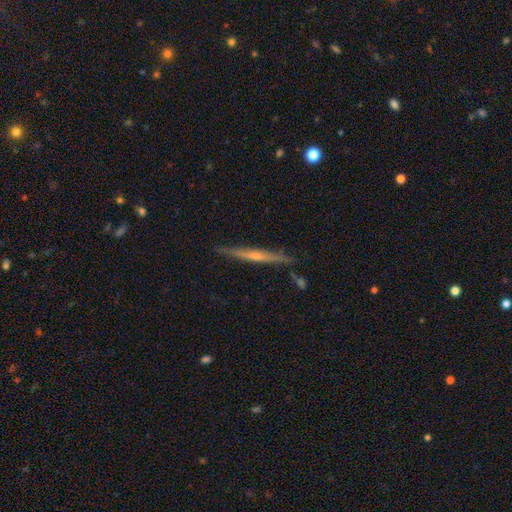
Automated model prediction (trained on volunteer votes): Smooth or featured: featured or disk — 65% (smooth — 28%)
Edge-on disk: yes — 97% (no — 3%)
Edge-on bulge: rounded — 50% (none — 43%)
Merging: none — 85% (minor disturbance — 11%)